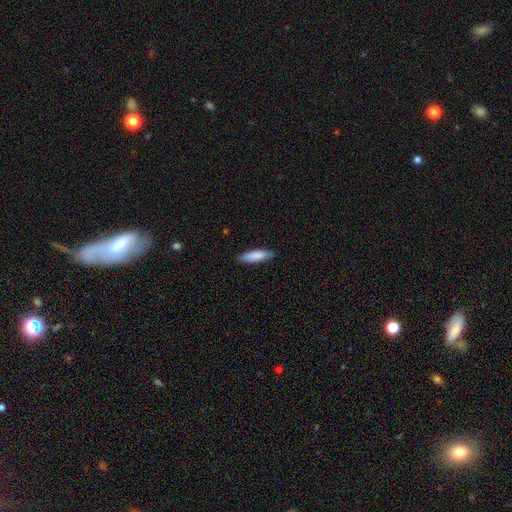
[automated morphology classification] This is clearly a smooth galaxy (84%). How rounded: possibly cigar-shaped (60%). Merging: clearly none (86%).